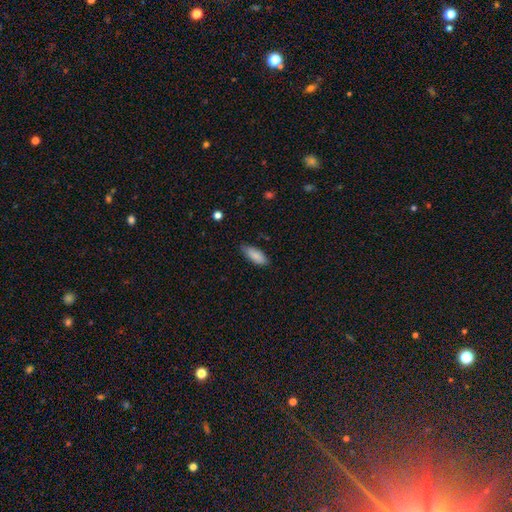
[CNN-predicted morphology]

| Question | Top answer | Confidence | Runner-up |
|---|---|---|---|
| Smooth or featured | smooth | 86% | featured or disk (8%) |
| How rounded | in between | 77% | cigar-shaped (21%) |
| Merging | none | 73% | minor disturbance (23%) |